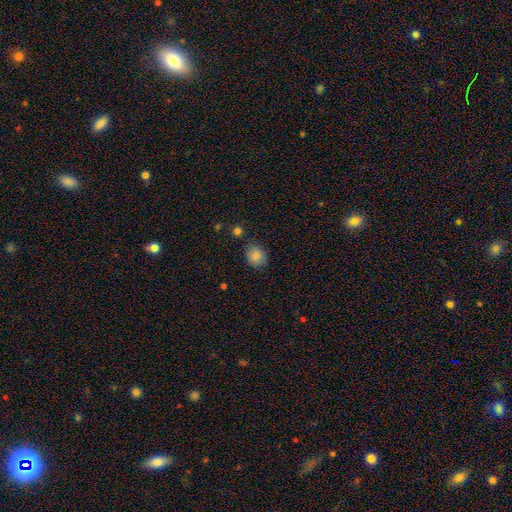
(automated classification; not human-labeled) Q: Smooth or featured?
A: smooth (86%); runner-up: star or artifact (9%)
Q: How rounded?
A: round (70%); runner-up: in between (30%)
Q: Merging?
A: none (79%); runner-up: minor disturbance (15%)